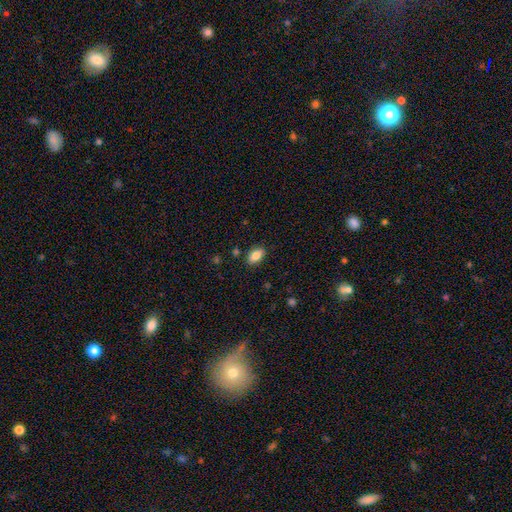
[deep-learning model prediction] Smooth or featured? Predicted: smooth (p=0.82). How rounded? Predicted: in between (p=0.90). Merging? Predicted: none (p=0.86).